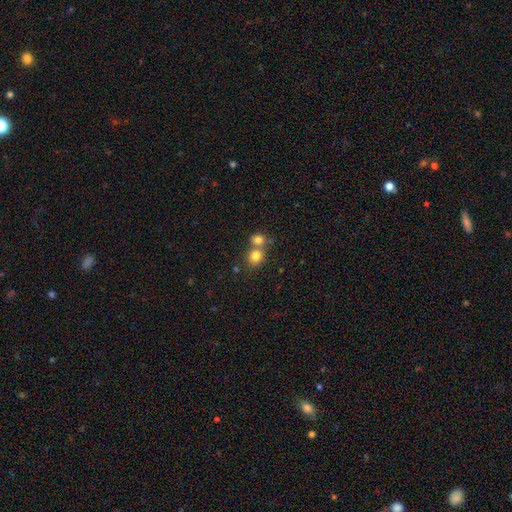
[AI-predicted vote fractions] smooth 80%, star or artifact 11%, featured or disk 8%. Down the decision tree: how rounded — round (76%); merging — merger (47%).